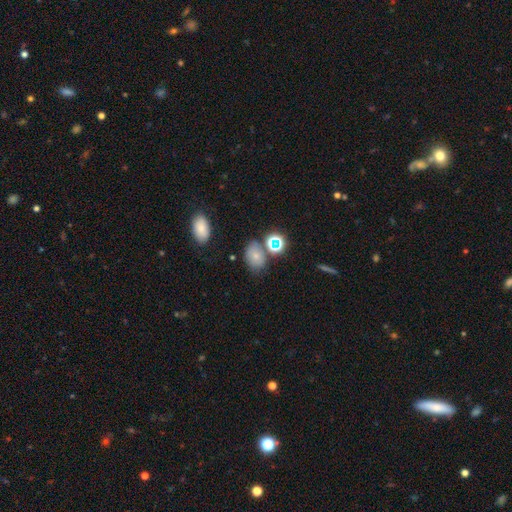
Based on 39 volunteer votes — Volunteers were most divided on "merging": none: 57%, minor disturbance: 20%, merger: 17%, major disturbance: 6%. More confident: how rounded — in between (84%); smooth or featured — smooth (79%).